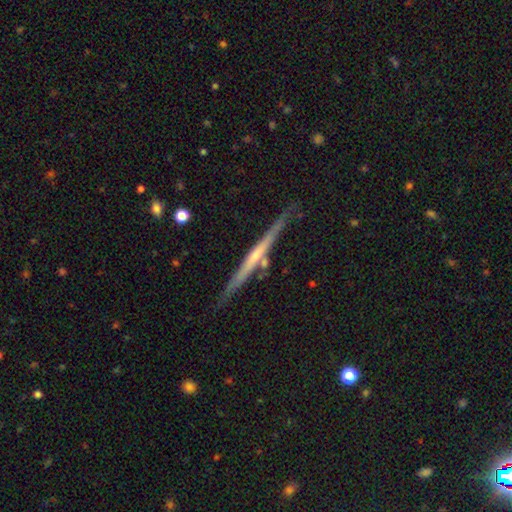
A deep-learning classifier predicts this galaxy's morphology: smooth_or_featured: featured or disk (p=0.66) [alt: smooth p=0.28]
disk_edge_on: yes (p=0.97) [alt: no p=0.03]
edge_on_bulge: none (p=0.56) [alt: rounded p=0.38]
merging: none (p=0.78) [alt: minor disturbance p=0.13]